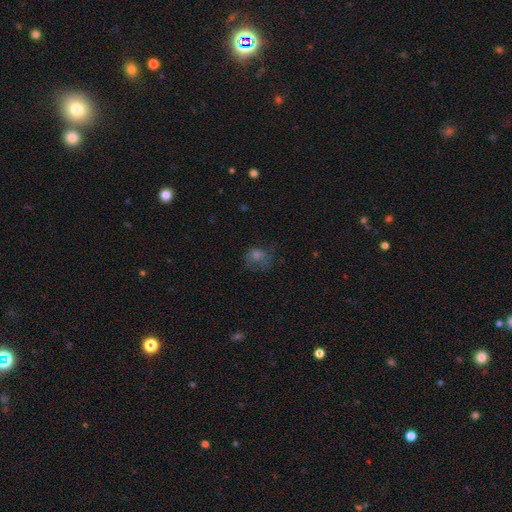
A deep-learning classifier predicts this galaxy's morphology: Smooth or featured? Predicted: smooth (p=0.52). How rounded? Predicted: round (p=0.66). Merging? Predicted: none (p=0.54).